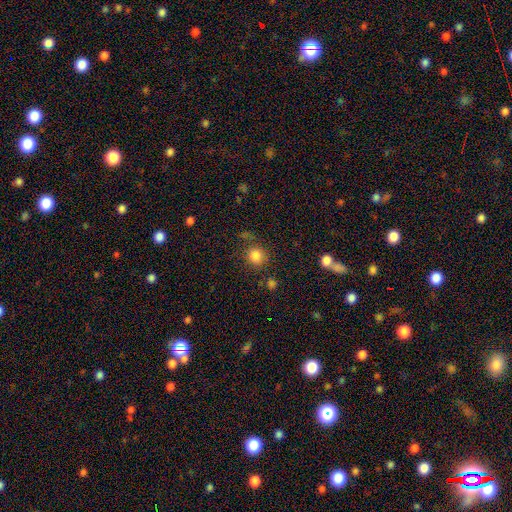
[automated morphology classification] This is clearly a smooth galaxy (83%). How rounded: clearly round (85%). Merging: likely none (74%).